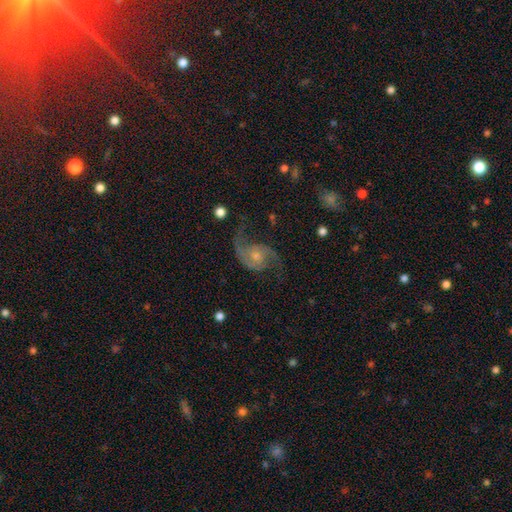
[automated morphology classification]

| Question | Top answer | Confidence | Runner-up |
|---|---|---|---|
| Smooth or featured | featured or disk | 87% | star or artifact (7%) |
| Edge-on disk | no | 97% | yes (3%) |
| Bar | no | 69% | weak (25%) |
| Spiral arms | yes | 97% | no (3%) |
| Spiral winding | loose | 53% | medium (38%) |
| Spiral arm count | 2 | 91% | 1 (3%) |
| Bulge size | small | 54% | moderate (39%) |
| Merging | none | 67% | minor disturbance (17%) |